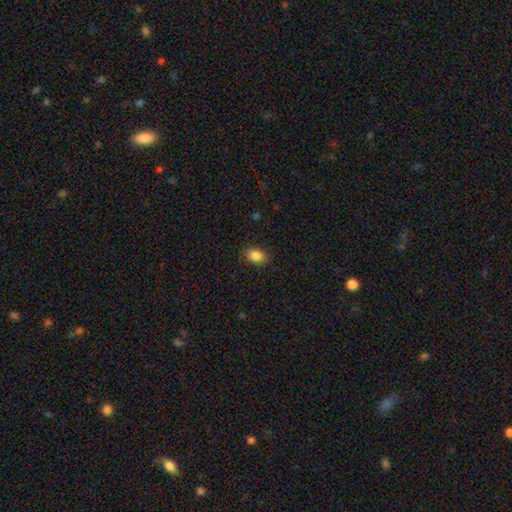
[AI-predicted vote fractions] Smooth or featured? Predicted: smooth (p=0.86). How rounded? Predicted: in between (p=0.74). Merging? Predicted: none (p=0.87).